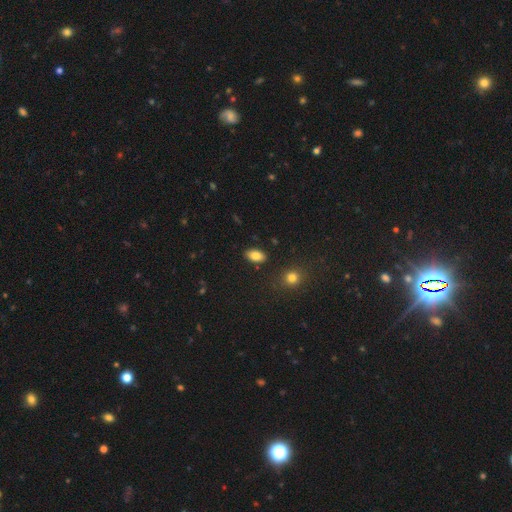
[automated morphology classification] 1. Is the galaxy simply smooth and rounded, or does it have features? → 84% smooth, 9% star or artifact, 7% featured or disk.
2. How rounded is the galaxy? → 92% in between, 6% round, 2% cigar-shaped.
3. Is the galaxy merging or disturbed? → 87% none, 8% minor disturbance, 2% major disturbance, 2% merger.